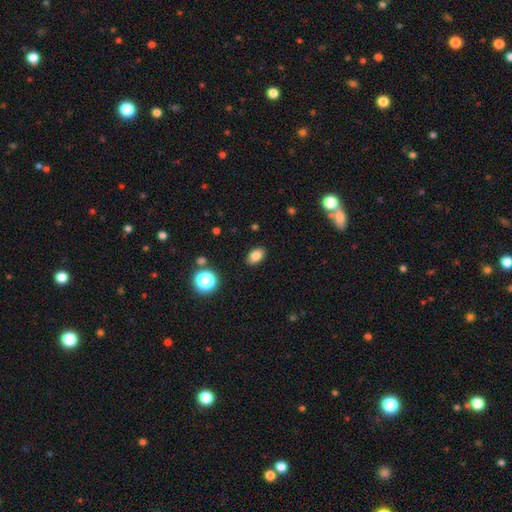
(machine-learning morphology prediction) A smooth galaxy with no disk features (81%) that is in between round and cigar-shaped (87%).

Vote fractions:
- Smooth or featured? smooth: 81% / star or artifact: 12% / featured or disk: 8%
- How rounded? in between: 87% / round: 12% / cigar-shaped: 2%
- Merging? none: 88% / minor disturbance: 8% / major disturbance: 2% / merger: 1%